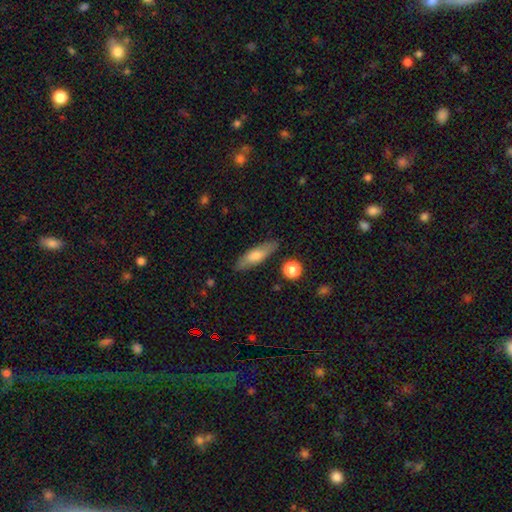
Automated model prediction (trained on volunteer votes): Overall: smooth (66%; featured or disk 27%). How rounded: cigar-shaped (56%; in between 41%). Merging: none (85%).